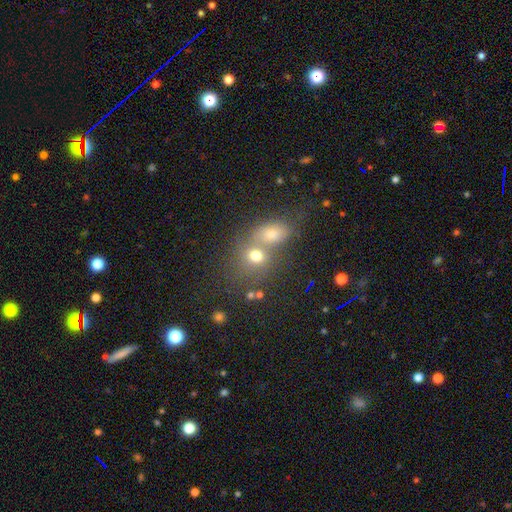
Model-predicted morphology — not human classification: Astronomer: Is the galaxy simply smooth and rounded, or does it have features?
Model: smooth — 69%.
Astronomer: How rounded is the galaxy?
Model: round — 60% (runner-up: in between, 38%).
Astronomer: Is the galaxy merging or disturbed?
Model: merger — 52% (runner-up: none, 36%).